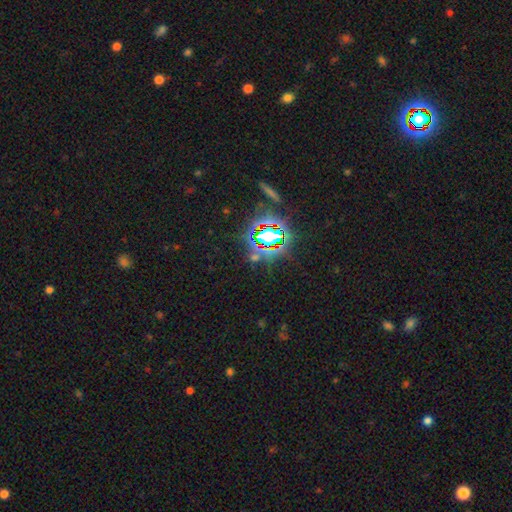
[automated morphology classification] Overall: star or artifact (78%).